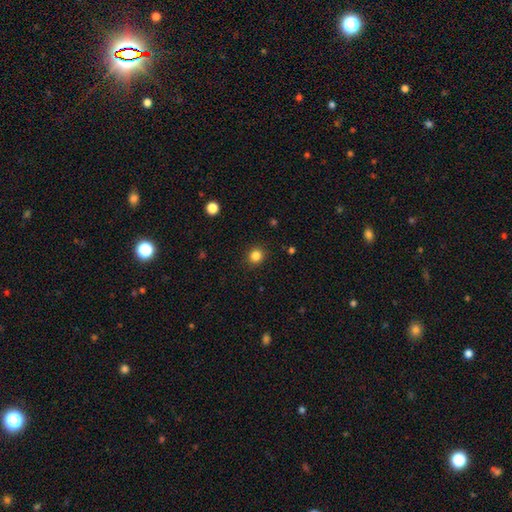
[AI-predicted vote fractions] The model was most divided on "how rounded": round: 85%, in between: 15%, cigar-shaped: 1%. More confident: merging — none (90%); smooth or featured — smooth (84%).